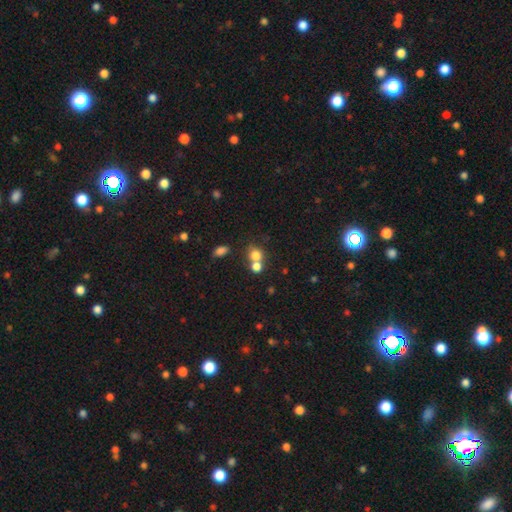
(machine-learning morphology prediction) This is likely a smooth galaxy (77%). How rounded: likely round (74%). Merging: possibly merger (45%).